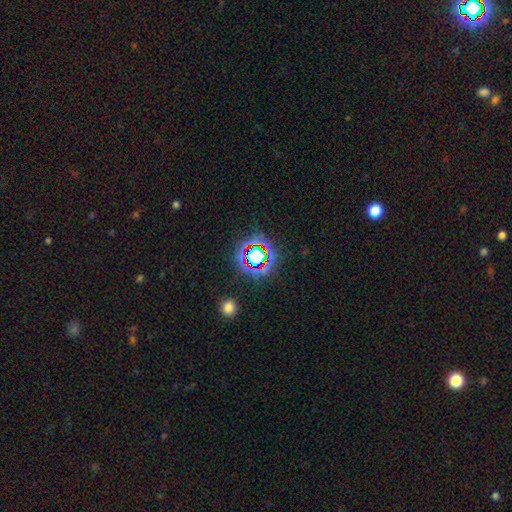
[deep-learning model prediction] Morphology: type=star or artifact (69%).